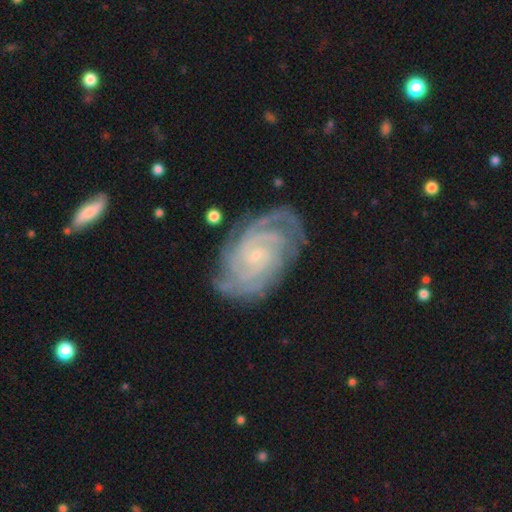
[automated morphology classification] Smooth or featured? Predicted: featured or disk (p=0.91). Edge-on disk? Predicted: no (p=0.97). Bar? Predicted: no (p=0.64). Spiral arms? Predicted: yes (p=0.98). Spiral winding? Predicted: tight (p=0.79). Spiral arm count? Predicted: 4 (p=0.23). Bulge size? Predicted: small (p=0.85). Merging? Predicted: none (p=0.77).